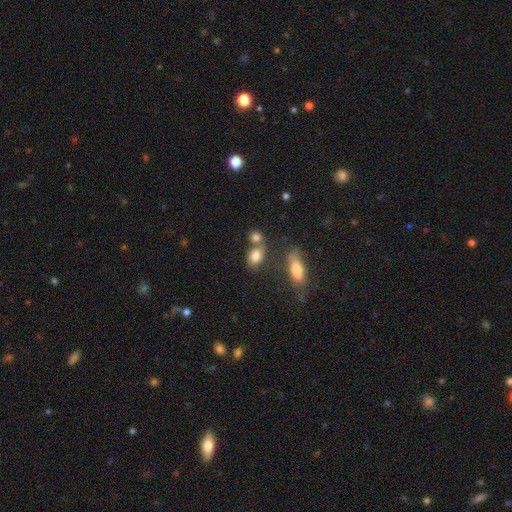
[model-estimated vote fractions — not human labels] Smooth or featured?
  - smooth: 80% *
  - featured or disk: 11%
  - star or artifact: 10%
How rounded?
  - in between: 69% *
  - round: 27%
  - cigar-shaped: 4%
Merging?
  - none: 47% *
  - merger: 34%
  - minor disturbance: 13%
  - major disturbance: 6%